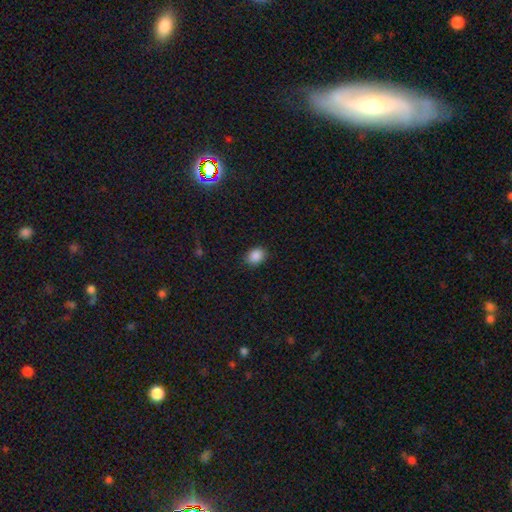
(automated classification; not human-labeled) Smooth or featured? Predicted: smooth (p=0.88). How rounded? Predicted: in between (p=0.66). Merging? Predicted: none (p=0.88).